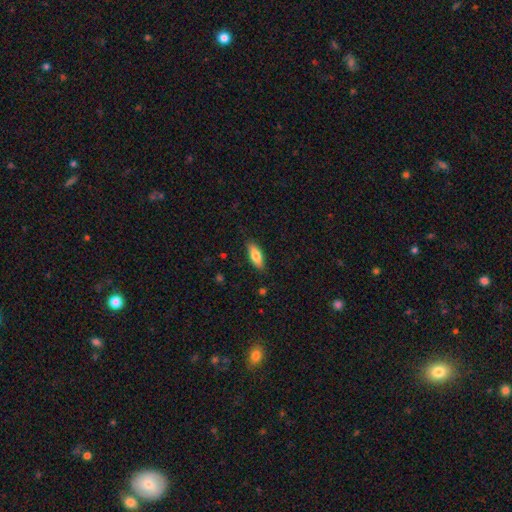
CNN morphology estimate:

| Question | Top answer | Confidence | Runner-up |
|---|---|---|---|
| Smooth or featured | smooth | 77% | featured or disk (17%) |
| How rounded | in between | 70% | cigar-shaped (28%) |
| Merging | none | 86% | minor disturbance (11%) |